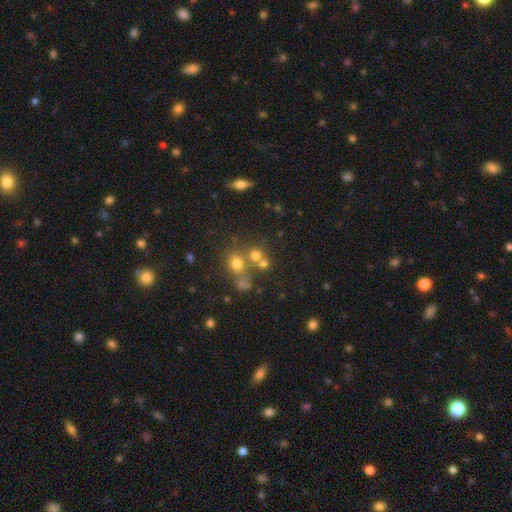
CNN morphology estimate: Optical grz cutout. It shows a smooth galaxy with no disk features (67%) that is round (86%). Merging: none (54%).